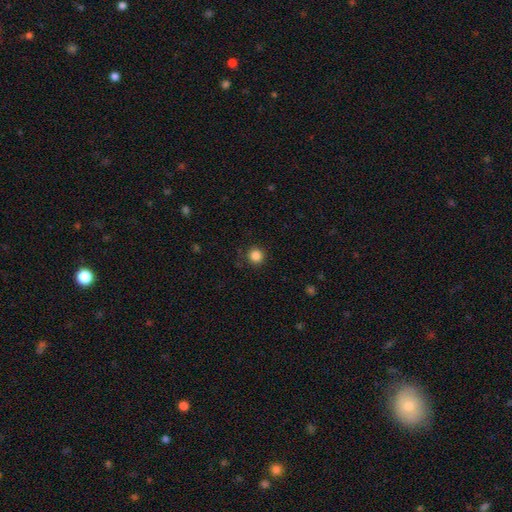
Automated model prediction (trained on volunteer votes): This appears to be a smooth galaxy with no disk features (85%) that is round (95%). Merging: none (89%).